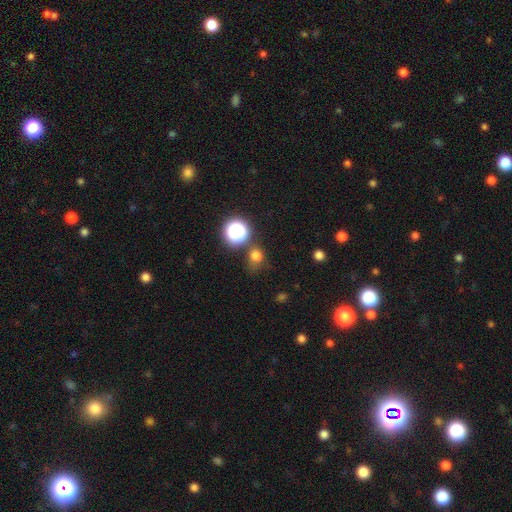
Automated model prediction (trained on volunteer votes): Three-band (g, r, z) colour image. It shows a smooth galaxy with no disk features (72%) that is round (73%). Merging: none (63%).